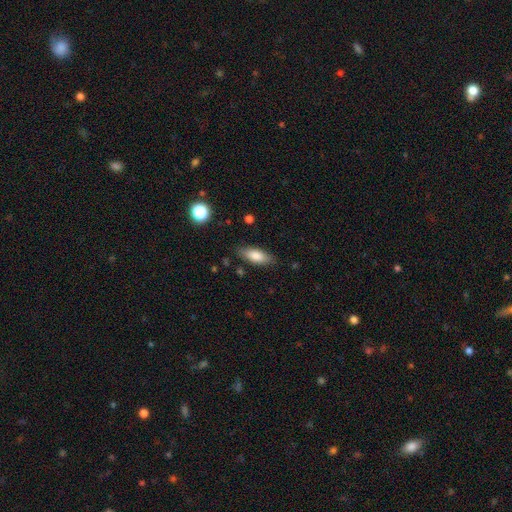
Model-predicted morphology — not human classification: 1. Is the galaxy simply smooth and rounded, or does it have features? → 80% smooth, 13% featured or disk, 7% star or artifact.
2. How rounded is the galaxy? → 74% in between, 24% cigar-shaped, 2% round.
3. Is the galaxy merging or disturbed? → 83% none, 13% minor disturbance, 3% major disturbance, 2% merger.